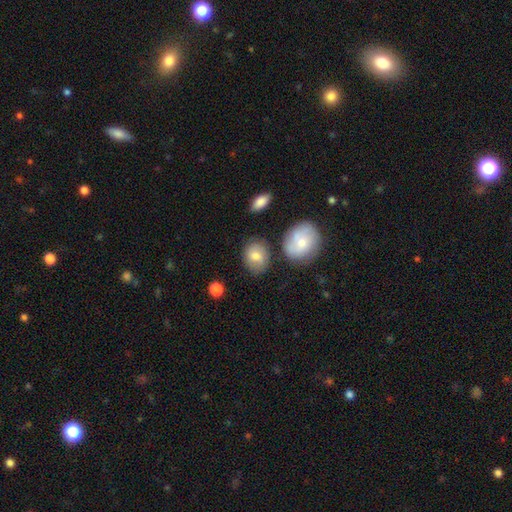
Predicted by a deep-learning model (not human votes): Smooth or featured? smooth (75%)
How rounded? in between (56%)
Merging? none (73%)